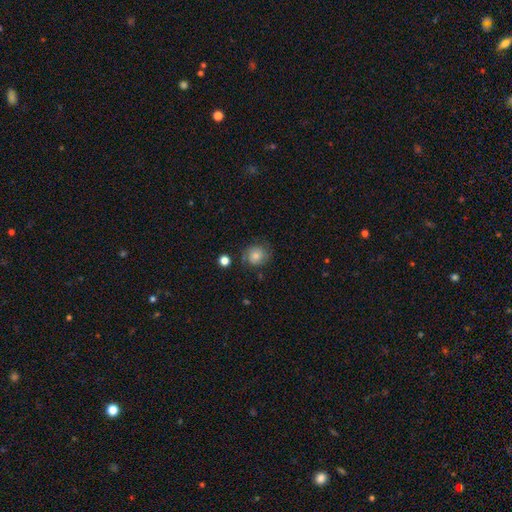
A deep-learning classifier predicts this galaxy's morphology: smooth_or_featured: smooth (p=0.67) [alt: featured or disk p=0.23]
how_rounded: round (p=0.75) [alt: in between p=0.24]
merging: none (p=0.68) [alt: minor disturbance p=0.21]